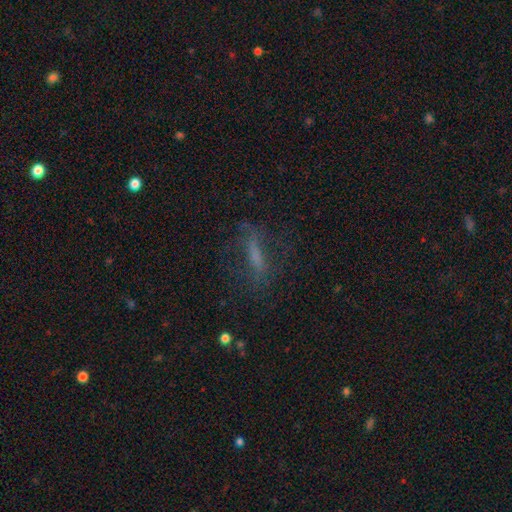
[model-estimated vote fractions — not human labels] smooth_or_featured: featured or disk (p=0.40) [alt: smooth p=0.39]
merging: none (p=0.65) [alt: minor disturbance p=0.17]